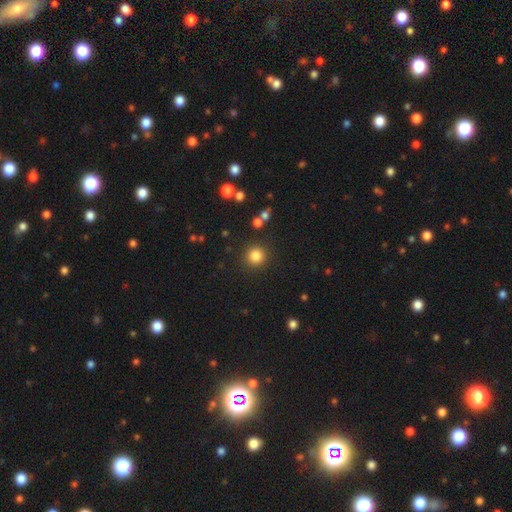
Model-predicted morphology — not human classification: smooth 83%, star or artifact 12%, featured or disk 4%. Down the decision tree: how rounded — round (94%); merging — none (89%).